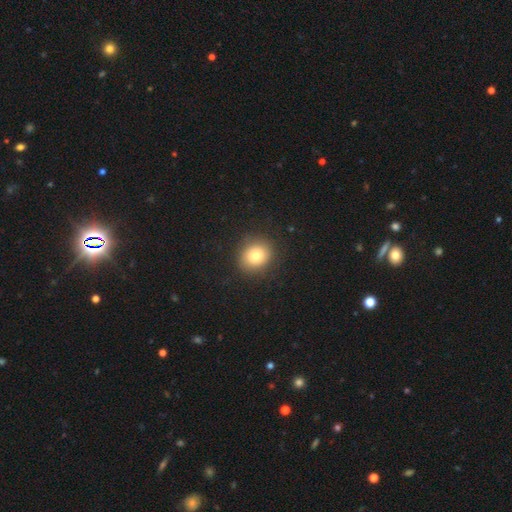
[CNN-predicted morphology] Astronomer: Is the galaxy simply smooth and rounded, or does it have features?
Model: smooth — 80%.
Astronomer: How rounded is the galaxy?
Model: round — 72%.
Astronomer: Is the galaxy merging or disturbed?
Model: none — 87%.